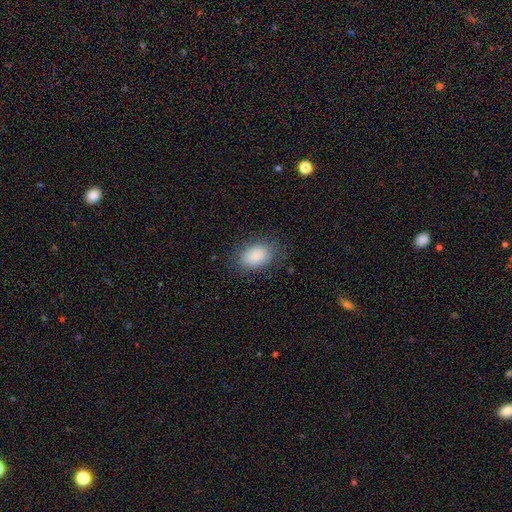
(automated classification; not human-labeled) A smooth galaxy with no disk features (88%) that is in between round and cigar-shaped (86%). Merging: none (80%).